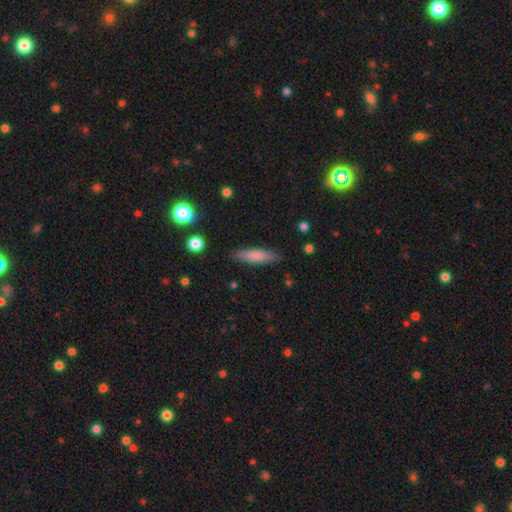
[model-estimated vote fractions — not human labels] Q: Smooth or featured?
A: smooth (76%); runner-up: featured or disk (18%)
Q: How rounded?
A: cigar-shaped (71%); runner-up: in between (27%)
Q: Merging?
A: none (85%); runner-up: minor disturbance (11%)